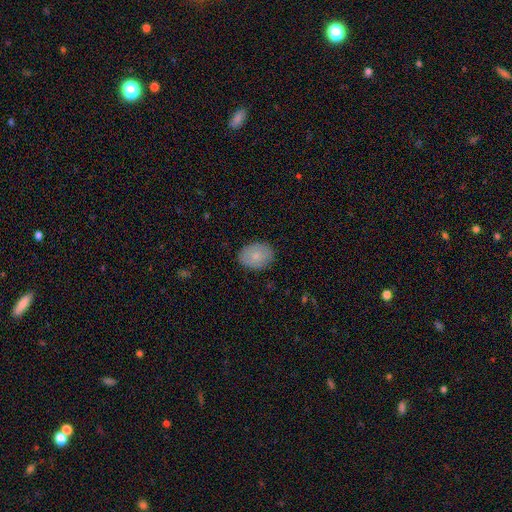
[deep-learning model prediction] This appears to be a smooth galaxy with no disk features (80%) that is in between round and cigar-shaped (67%). Merging: none (86%).